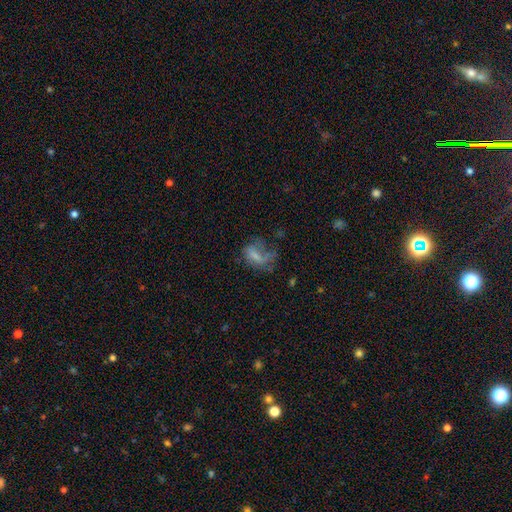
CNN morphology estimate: Q: Smooth or featured?
A: smooth (49%); runner-up: featured or disk (39%)
Q: Merging?
A: major disturbance (47%); runner-up: none (27%)